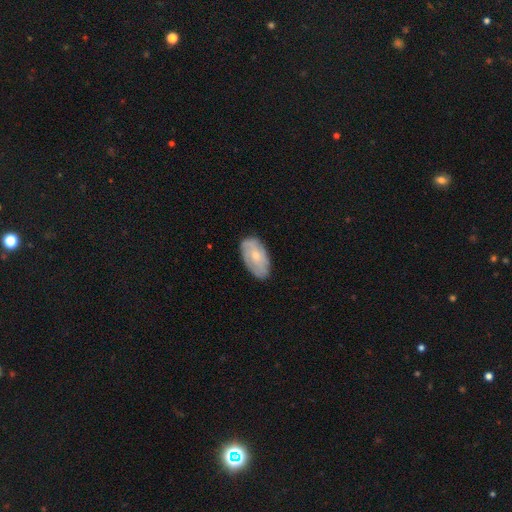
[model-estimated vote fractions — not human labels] The model was most divided on "smooth or featured": smooth: 49%, featured or disk: 45%, star or artifact: 6%. More confident: merging — none (75%).